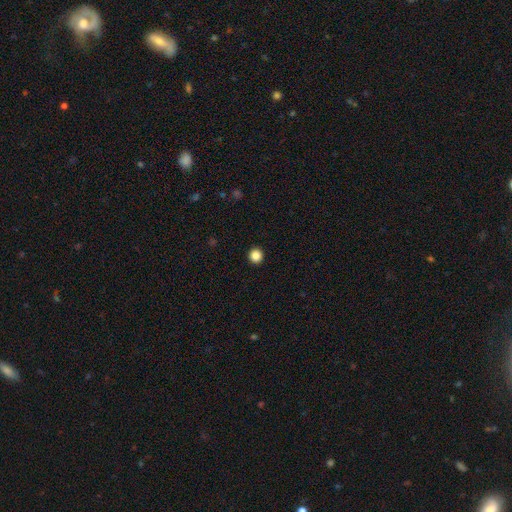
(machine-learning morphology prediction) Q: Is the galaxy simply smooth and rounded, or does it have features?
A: smooth — 86%.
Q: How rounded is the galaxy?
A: round — 95%.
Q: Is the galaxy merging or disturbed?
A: none — 94%.